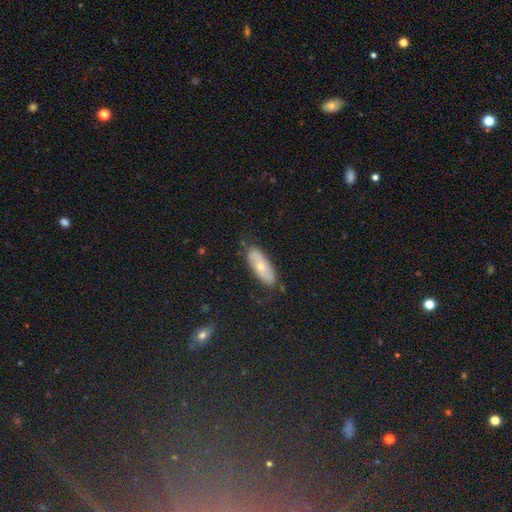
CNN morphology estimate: smooth_or_featured: smooth (p=0.51) [alt: featured or disk p=0.43]
how_rounded: in between (p=0.71) [alt: cigar-shaped p=0.26]
merging: none (p=0.79) [alt: minor disturbance p=0.16]